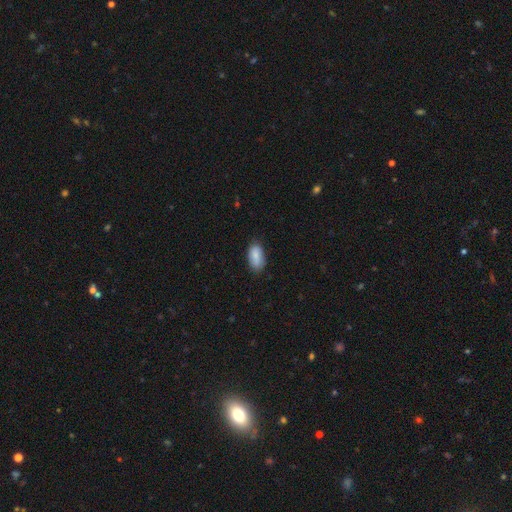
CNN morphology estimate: Smooth or featured? smooth (84%)
How rounded? in between (93%)
Merging? none (79%)